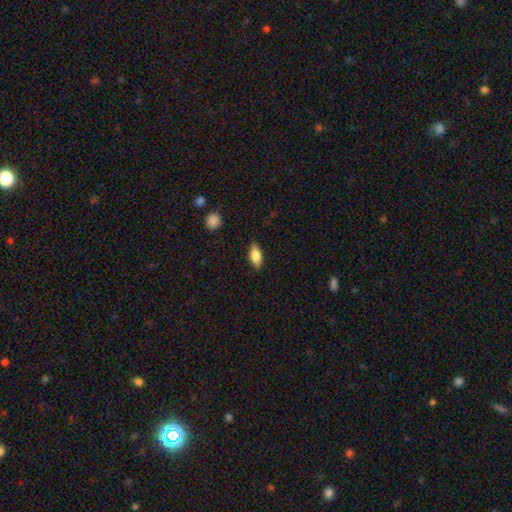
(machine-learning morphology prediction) A smooth galaxy with no disk features (78%) that is in between round and cigar-shaped (82%). Merging: none (87%).